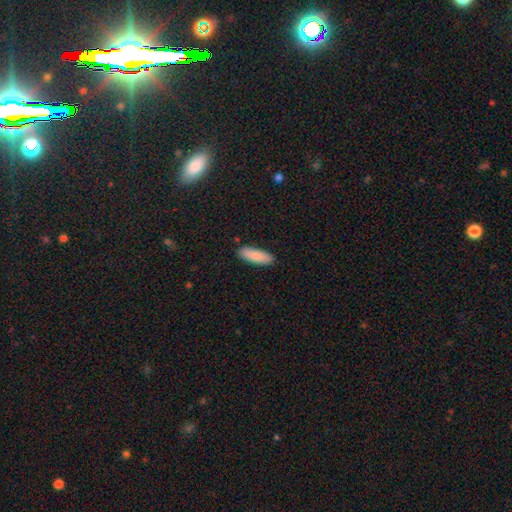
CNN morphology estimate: A smooth galaxy with no disk features (87%) that is in between round and cigar-shaped (59%). Merging: none (88%).